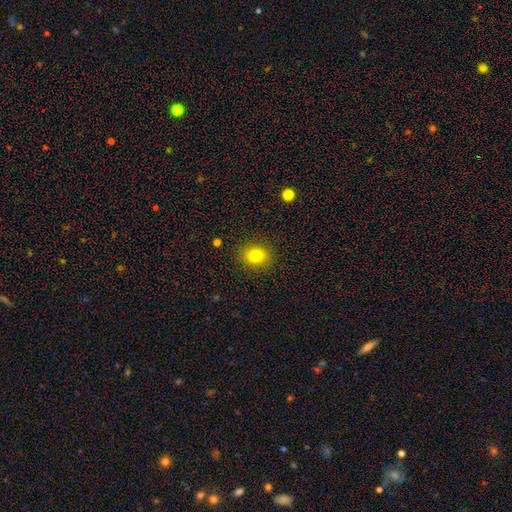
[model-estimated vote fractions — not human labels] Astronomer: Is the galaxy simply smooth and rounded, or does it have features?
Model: smooth — 80%.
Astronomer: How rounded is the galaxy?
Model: round — 73%.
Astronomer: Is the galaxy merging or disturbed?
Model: none — 89%.